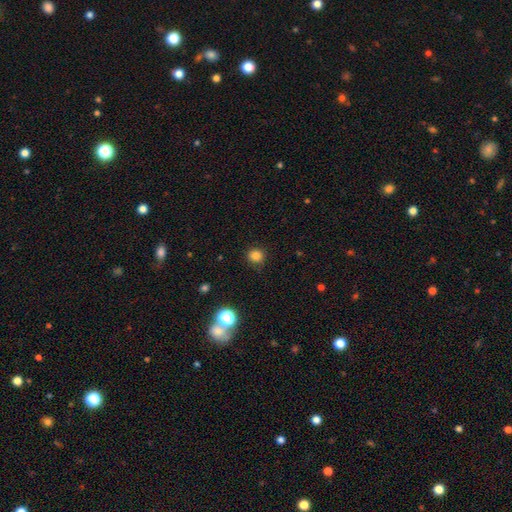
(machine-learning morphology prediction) Smooth or featured? Predicted: smooth (p=0.82). How rounded? Predicted: round (p=0.90). Merging? Predicted: none (p=0.86).